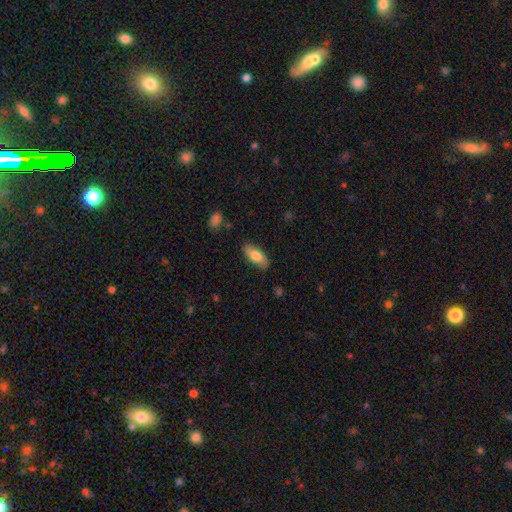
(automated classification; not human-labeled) Smooth or featured: smooth — 77% (featured or disk — 17%)
How rounded: in between — 82% (cigar-shaped — 15%)
Merging: none — 84% (minor disturbance — 13%)